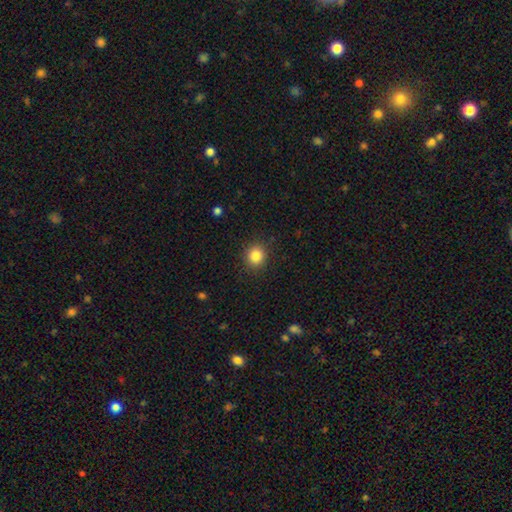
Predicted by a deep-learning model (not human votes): A smooth galaxy with no disk features (85%) that is round (85%).

Vote fractions:
- Smooth or featured? smooth: 85% / star or artifact: 10% / featured or disk: 5%
- How rounded? round: 85% / in between: 15% / cigar-shaped: 1%
- Merging? none: 89% / minor disturbance: 7% / major disturbance: 2% / merger: 1%